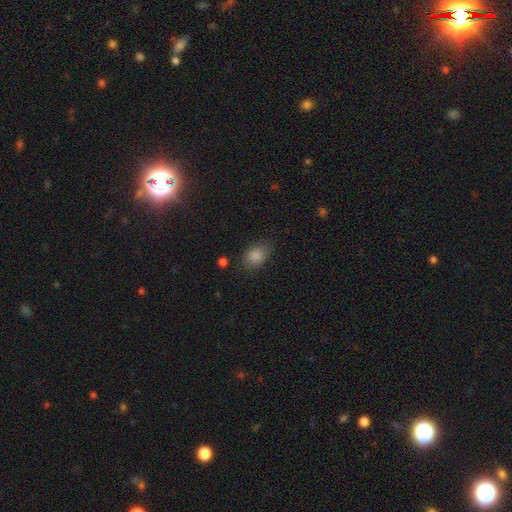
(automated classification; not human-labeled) Overall: smooth (86%). How rounded: in between (77%). Merging: none (77%).